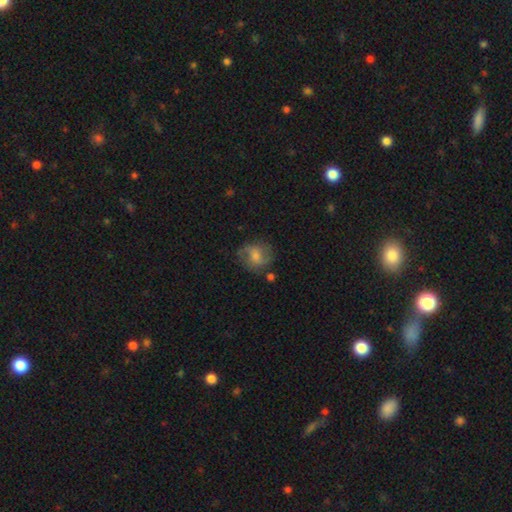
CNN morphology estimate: Q: Smooth or featured?
A: featured or disk (53%); runner-up: smooth (37%)
Q: Edge-on disk?
A: no (97%); runner-up: yes (3%)
Q: Bar?
A: no (51%); runner-up: weak (40%)
Q: Spiral arms?
A: yes (83%); runner-up: no (17%)
Q: Bulge size?
A: small (47%); runner-up: moderate (42%)
Q: Merging?
A: none (69%); runner-up: minor disturbance (20%)